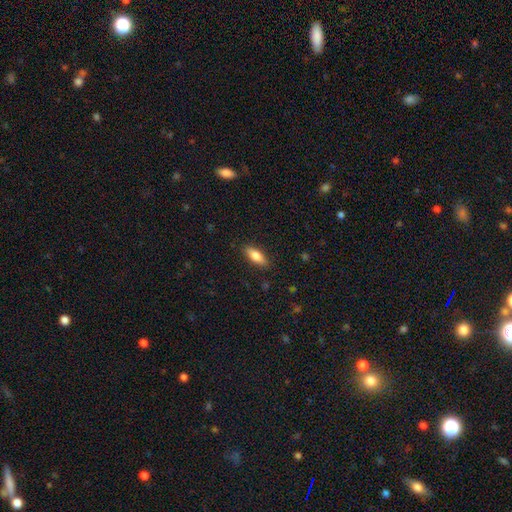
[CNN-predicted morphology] This appears to be a smooth galaxy with no disk features (75%) that is in between round and cigar-shaped (66%). Merging: none (88%).